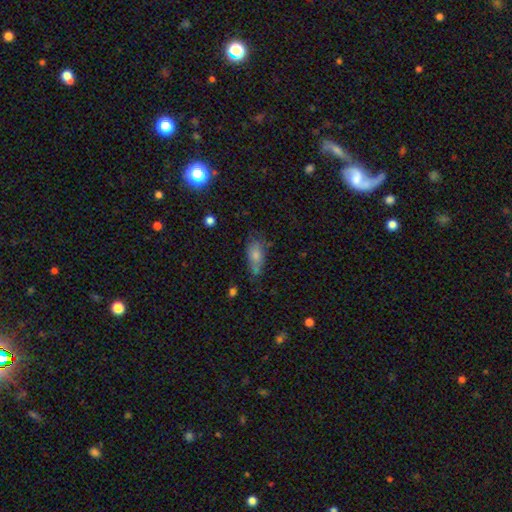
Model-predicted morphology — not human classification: The model was most divided on "merging": none: 55%, minor disturbance: 30%, major disturbance: 9%, merger: 6%. More confident: how rounded — in between (81%); smooth or featured — smooth (68%).